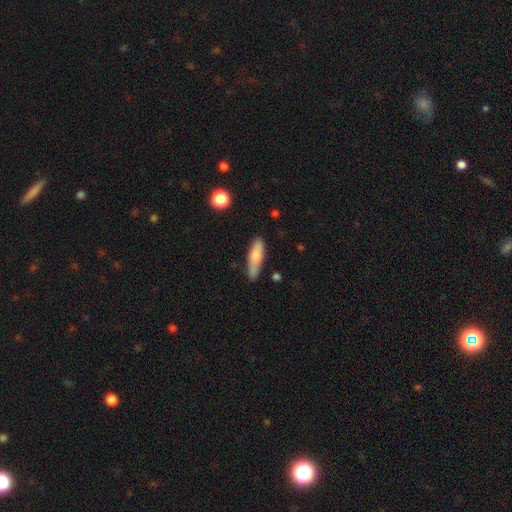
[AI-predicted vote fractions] A smooth galaxy with no disk features (78%) that is cigar-shaped (60%). Merging: none (71%).